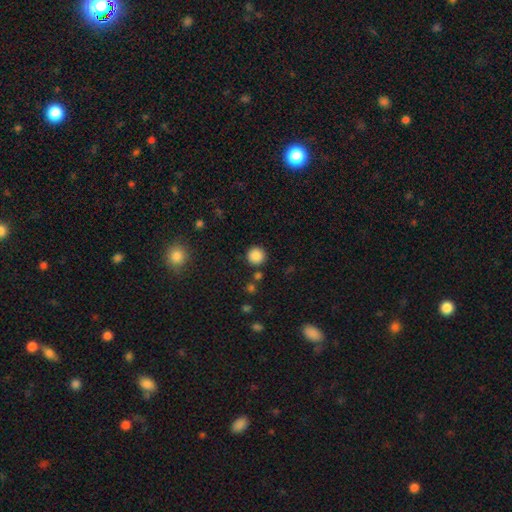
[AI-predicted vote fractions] smooth-or-featured: smooth: 86% | star or artifact: 11% | featured or disk: 3%
  how-rounded: round: 94% | in between: 5% | cigar-shaped: 1%
  merging: none: 87% | minor disturbance: 7% | merger: 4% | major disturbance: 3%